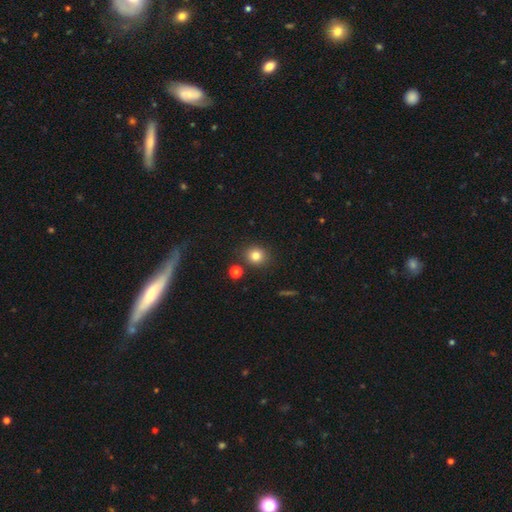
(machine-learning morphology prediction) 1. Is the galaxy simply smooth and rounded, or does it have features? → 81% smooth, 13% star or artifact, 6% featured or disk.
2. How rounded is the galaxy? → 85% round, 14% in between, 1% cigar-shaped.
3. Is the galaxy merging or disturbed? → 85% none, 8% minor disturbance, 5% merger, 3% major disturbance.